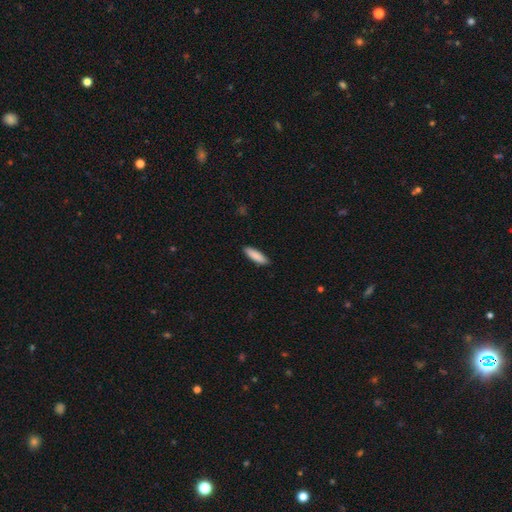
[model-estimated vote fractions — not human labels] A smooth galaxy with no disk features (89%) that is cigar-shaped (60%). Merging: none (89%).